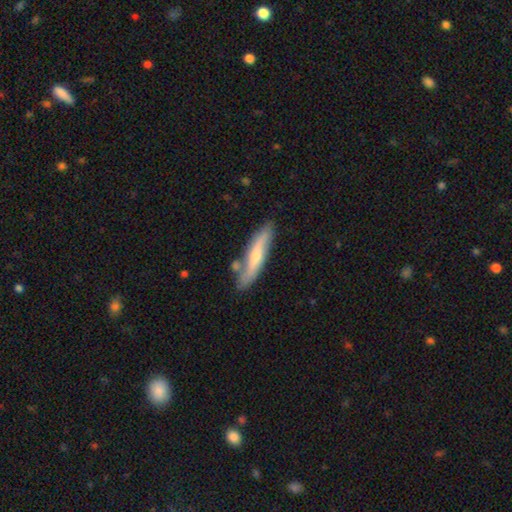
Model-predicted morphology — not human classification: smooth_or_featured: smooth (p=0.49) [alt: featured or disk p=0.46]
merging: none (p=0.72) [alt: minor disturbance p=0.17]